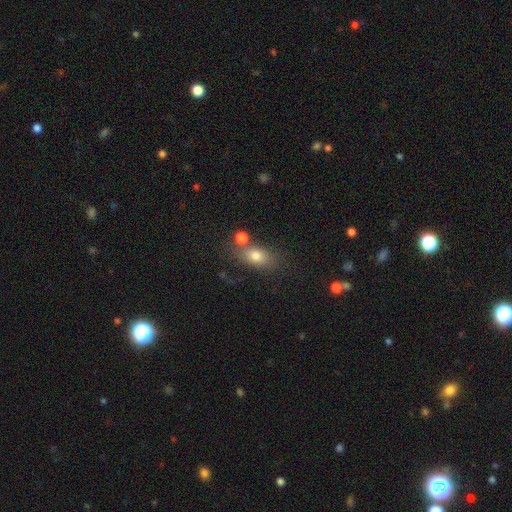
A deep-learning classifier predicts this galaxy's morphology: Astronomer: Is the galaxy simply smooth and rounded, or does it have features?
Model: smooth — 76%.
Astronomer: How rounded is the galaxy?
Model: in between — 76%.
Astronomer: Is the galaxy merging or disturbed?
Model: none — 60%.